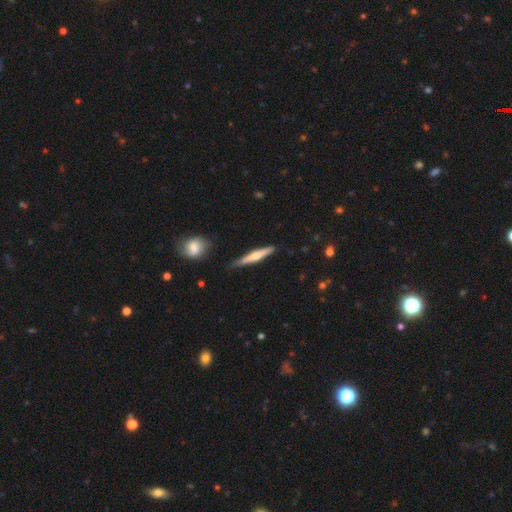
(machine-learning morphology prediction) Overall: featured or disk (48%; smooth 47%). Merging: none (82%).